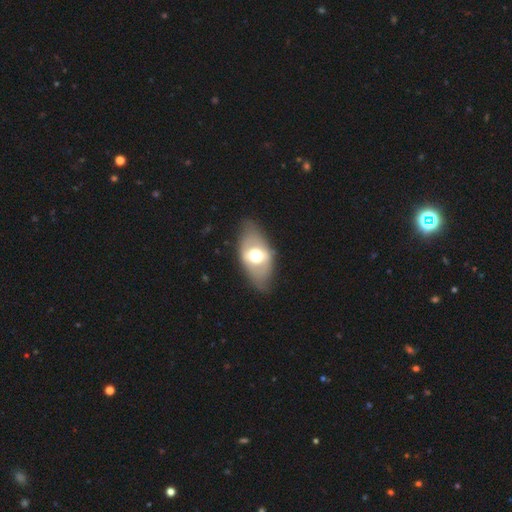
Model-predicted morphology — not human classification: featured or disk 48%, smooth 46%, star or artifact 6%. Down the decision tree: merging — none (73%).